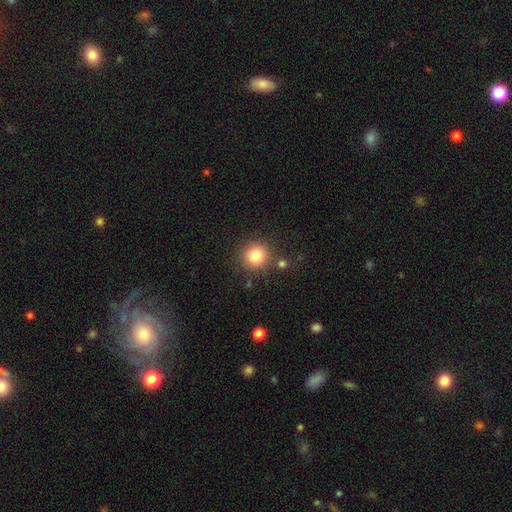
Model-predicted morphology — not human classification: Smooth or featured? Predicted: smooth (p=0.82). How rounded? Predicted: round (p=0.94). Merging? Predicted: none (p=0.83).